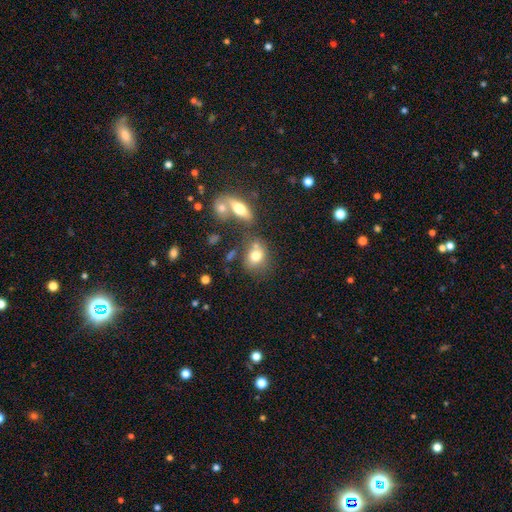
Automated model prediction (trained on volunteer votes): smooth_or_featured: smooth (p=0.75) [alt: featured or disk p=0.15]
how_rounded: in between (p=0.50) [alt: round p=0.48]
merging: none (p=0.49) [alt: merger p=0.28]